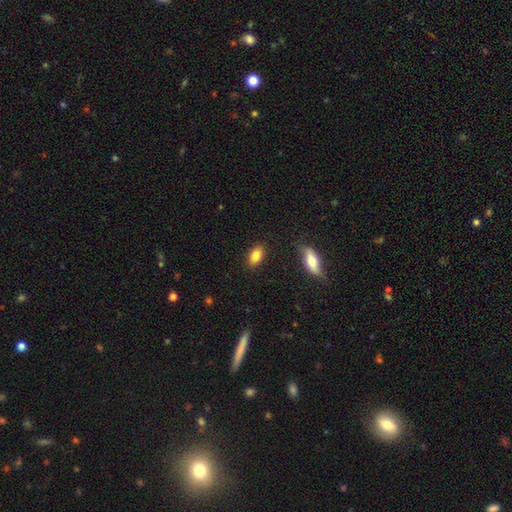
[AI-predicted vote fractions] A smooth galaxy with no disk features (82%) that is in between round and cigar-shaped (88%). Merging: none (87%).